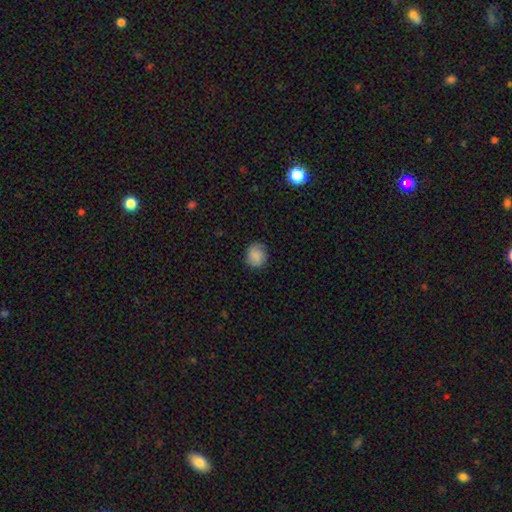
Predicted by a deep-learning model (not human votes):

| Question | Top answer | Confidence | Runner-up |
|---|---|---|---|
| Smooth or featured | smooth | 80% | featured or disk (12%) |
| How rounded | round | 77% | in between (22%) |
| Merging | none | 76% | minor disturbance (18%) |